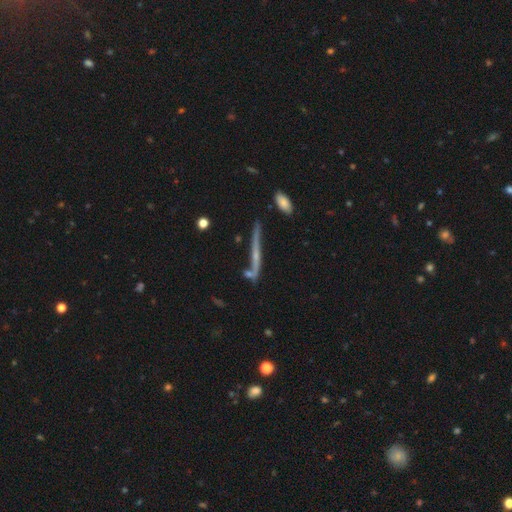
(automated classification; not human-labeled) Overall: featured or disk (67%). Edge-on disk: yes (89%). Edge-on bulge: rounded (48%; none 45%). Merging: none (66%).